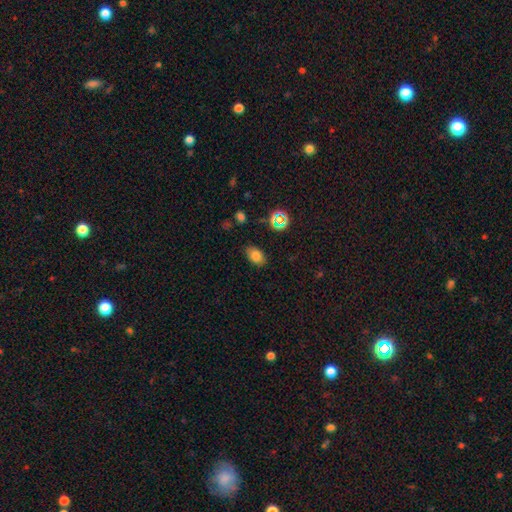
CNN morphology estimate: This is likely a smooth galaxy (77%). How rounded: clearly in between (86%). Merging: clearly none (82%).